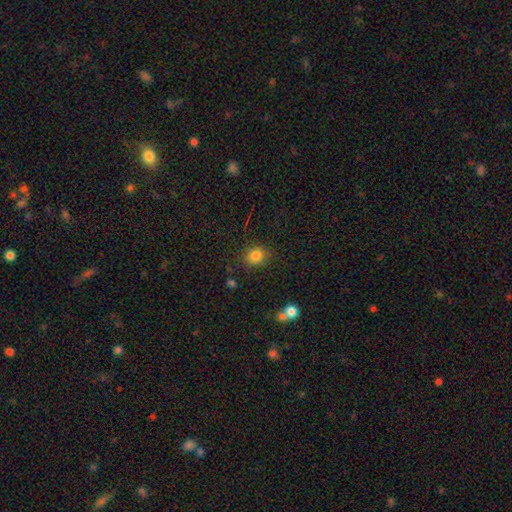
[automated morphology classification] Smooth or featured? Predicted: smooth (p=0.81). How rounded? Predicted: round (p=0.70). Merging? Predicted: none (p=0.83).